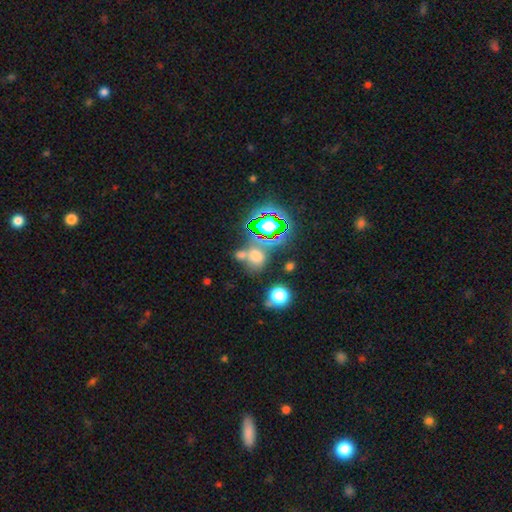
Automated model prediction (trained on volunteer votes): The model was most divided on "smooth or featured": smooth: 51%, star or artifact: 38%, featured or disk: 11%. Remaining: how rounded — round (60%); merging — none (49%).